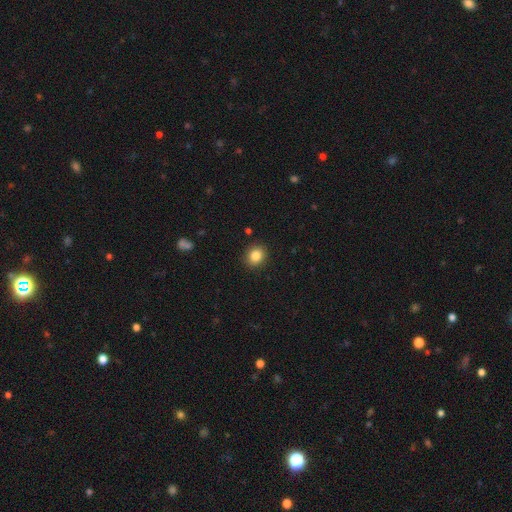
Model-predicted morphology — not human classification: Smooth or featured?
  - smooth: 85% *
  - star or artifact: 10%
  - featured or disk: 5%
How rounded?
  - round: 69% *
  - in between: 30%
  - cigar-shaped: 1%
Merging?
  - none: 90% *
  - minor disturbance: 7%
  - major disturbance: 2%
  - merger: 1%